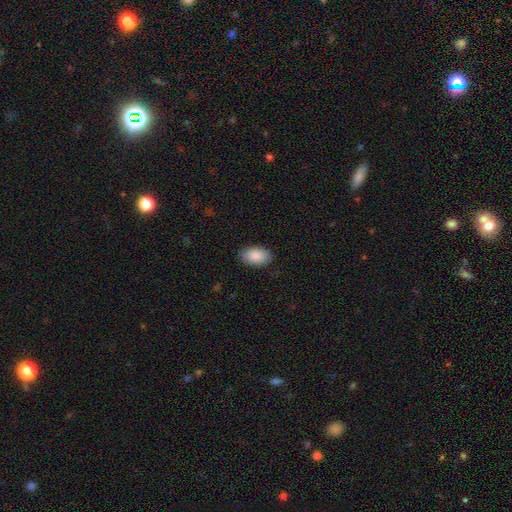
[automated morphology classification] smooth 89%, star or artifact 6%, featured or disk 5%. Down the decision tree: how rounded — in between (94%); merging — none (87%).